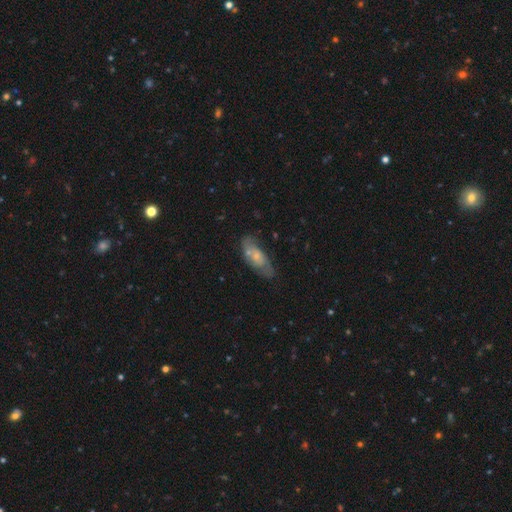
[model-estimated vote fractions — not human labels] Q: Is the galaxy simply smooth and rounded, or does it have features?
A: featured or disk — 48%.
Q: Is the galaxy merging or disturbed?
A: none — 61%.